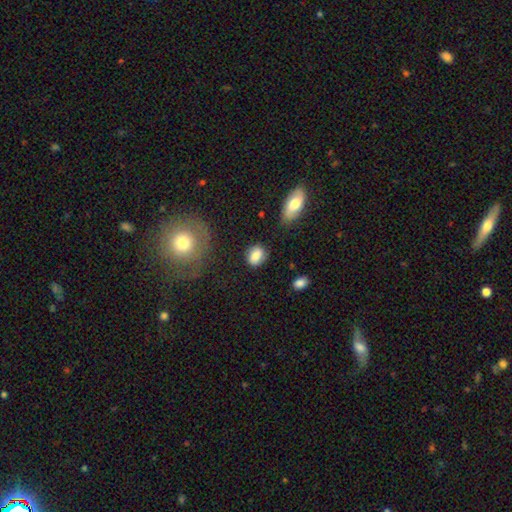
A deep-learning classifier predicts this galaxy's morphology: Q: Smooth or featured?
A: smooth (79%); runner-up: featured or disk (13%)
Q: How rounded?
A: in between (59%); runner-up: round (40%)
Q: Merging?
A: none (74%); runner-up: minor disturbance (18%)